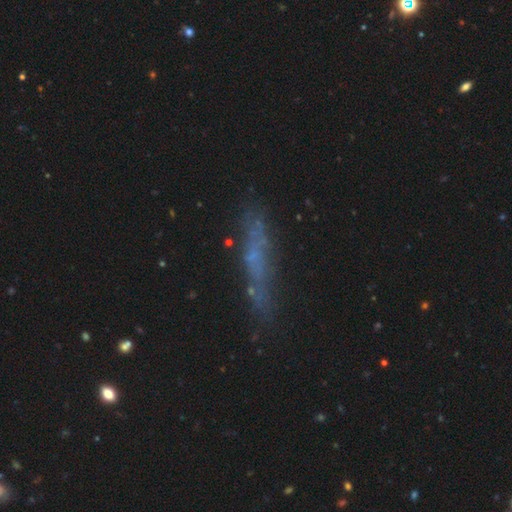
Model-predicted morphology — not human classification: Smooth or featured? featured or disk (44%)
Merging? none (68%)